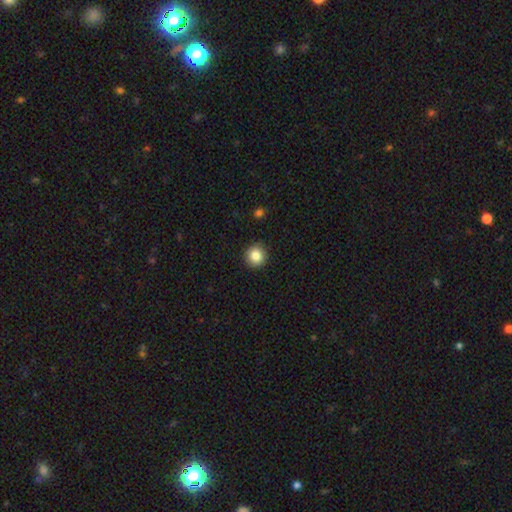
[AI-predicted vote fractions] Smooth or featured?
  - smooth: 85% *
  - star or artifact: 10%
  - featured or disk: 5%
How rounded?
  - round: 94% *
  - in between: 5%
  - cigar-shaped: 1%
Merging?
  - none: 91% *
  - minor disturbance: 6%
  - major disturbance: 2%
  - merger: 1%